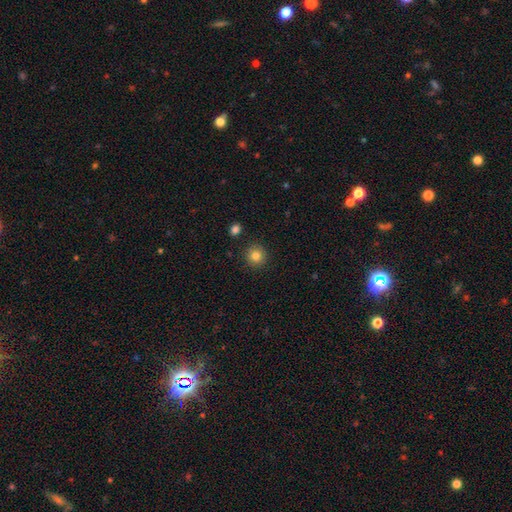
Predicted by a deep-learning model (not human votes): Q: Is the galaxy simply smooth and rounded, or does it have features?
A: smooth — 83%.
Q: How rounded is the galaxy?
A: round — 93%.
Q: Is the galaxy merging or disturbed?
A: none — 90%.